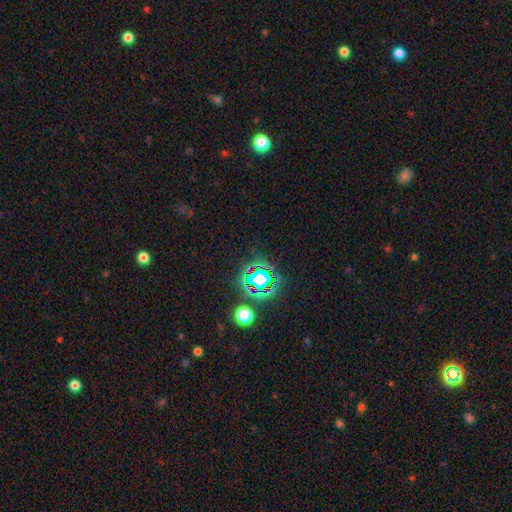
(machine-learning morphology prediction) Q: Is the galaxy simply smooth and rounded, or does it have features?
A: star or artifact — 77%.